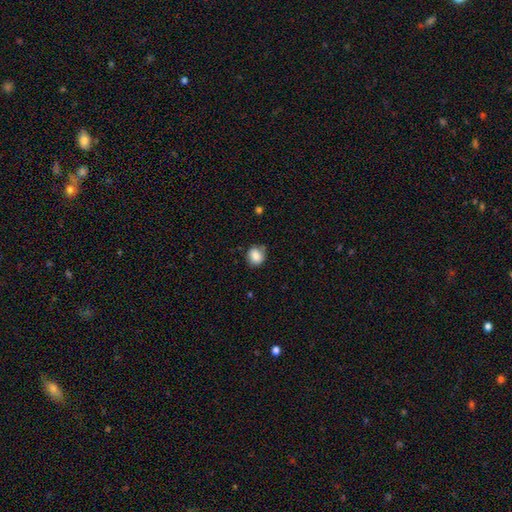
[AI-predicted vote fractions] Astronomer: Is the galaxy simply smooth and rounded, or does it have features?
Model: smooth — 84%.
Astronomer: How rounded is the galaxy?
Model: round — 71%.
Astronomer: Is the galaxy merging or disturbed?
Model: none — 75%.